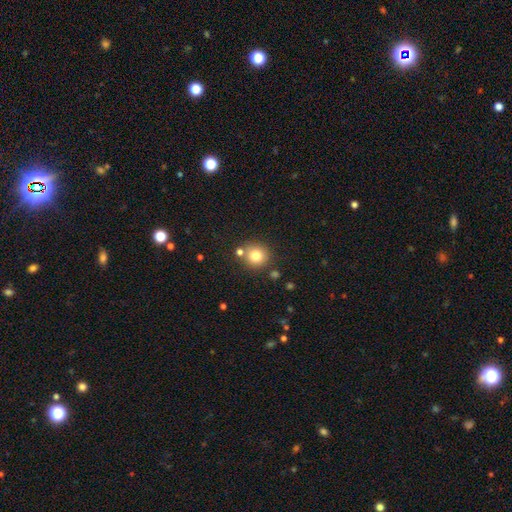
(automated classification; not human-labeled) Morphology: type=smooth (79%); roundness=round (92%); merging=none (76%).